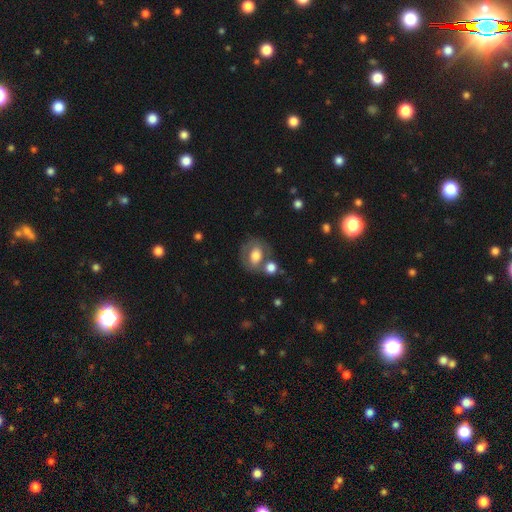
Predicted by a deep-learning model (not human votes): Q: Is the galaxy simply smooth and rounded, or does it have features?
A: smooth — 61%.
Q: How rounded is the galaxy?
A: round — 52%.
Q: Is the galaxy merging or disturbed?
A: none — 52%.